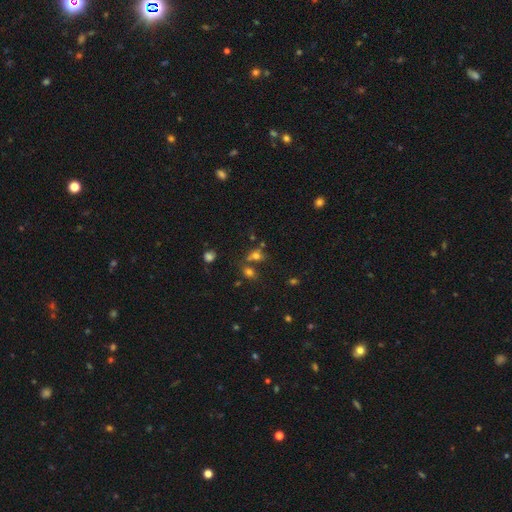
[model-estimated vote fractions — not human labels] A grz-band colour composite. It shows a smooth galaxy with no disk features (67%) that is in between round and cigar-shaped (55%). Merging: none (44%).